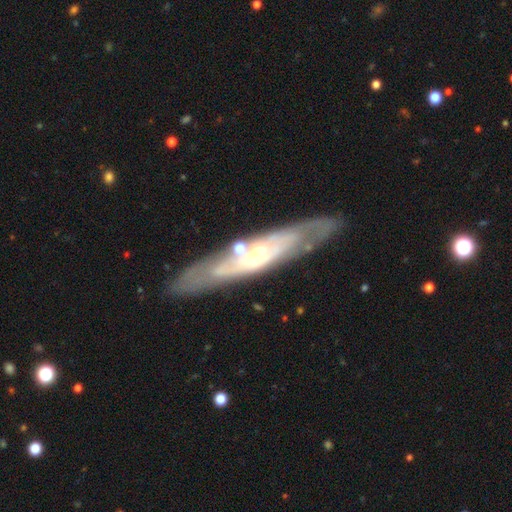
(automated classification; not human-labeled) smooth-or-featured: featured or disk: 71% | smooth: 22% | star or artifact: 6%
  disk-edge-on: no: 50% (tied) | yes: 50% (tied)
  merging: none: 77% | minor disturbance: 14% | major disturbance: 5% | merger: 4%